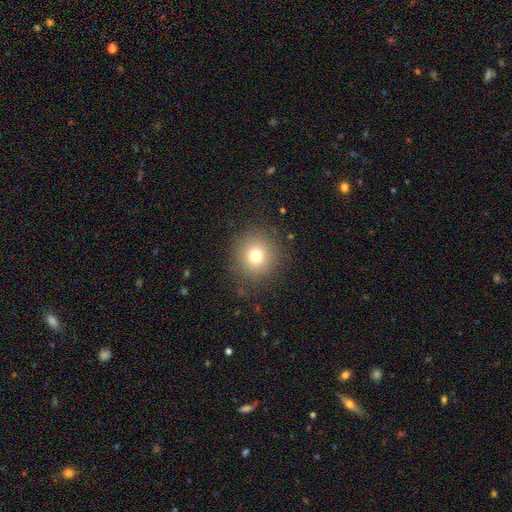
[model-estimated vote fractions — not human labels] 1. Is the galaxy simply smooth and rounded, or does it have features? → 75% smooth, 14% star or artifact, 11% featured or disk.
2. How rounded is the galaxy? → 93% round, 6% in between, 1% cigar-shaped.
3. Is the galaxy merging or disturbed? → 87% none, 8% minor disturbance, 4% major disturbance, 1% merger.